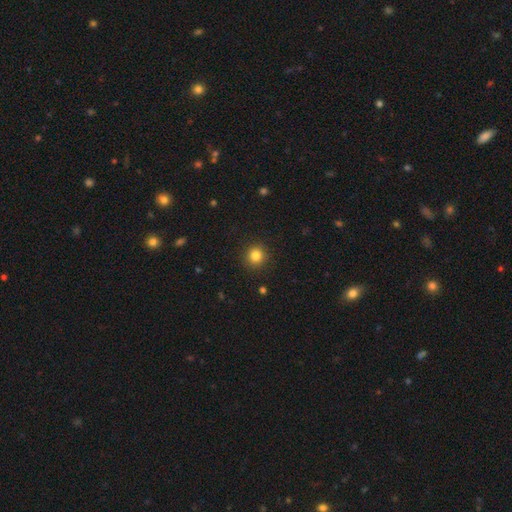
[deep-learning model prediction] Smooth or featured?
  - smooth: 83% *
  - star or artifact: 12%
  - featured or disk: 5%
How rounded?
  - round: 92% *
  - in between: 7%
  - cigar-shaped: 1%
Merging?
  - none: 92% *
  - minor disturbance: 5%
  - major disturbance: 2%
  - merger: 1%